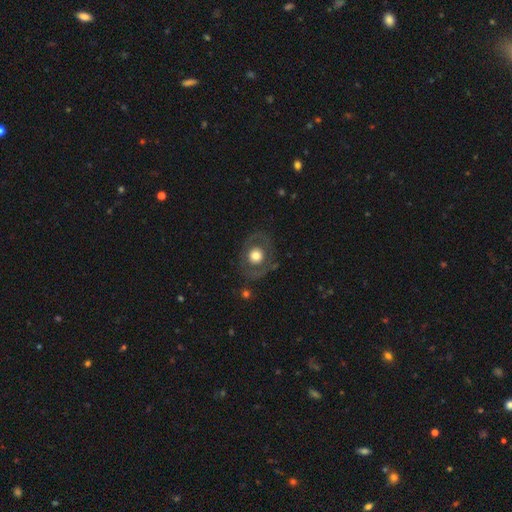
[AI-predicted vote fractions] Morphology: type=smooth (51%); roundness=round (73%); merging=none (79%).